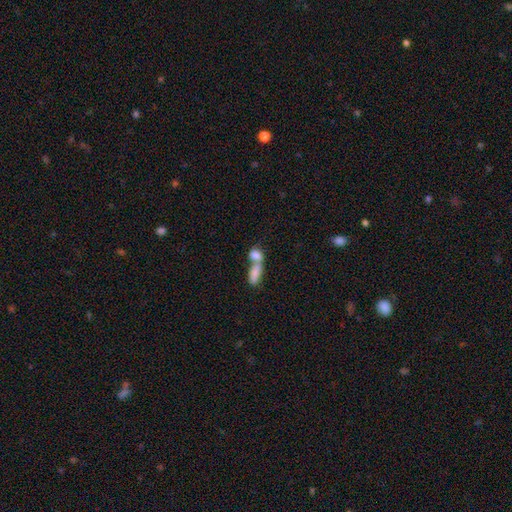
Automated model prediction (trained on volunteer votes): This appears to be a smooth galaxy with no disk features (78%) that is in between round and cigar-shaped (79%). Merging: merger (74%).